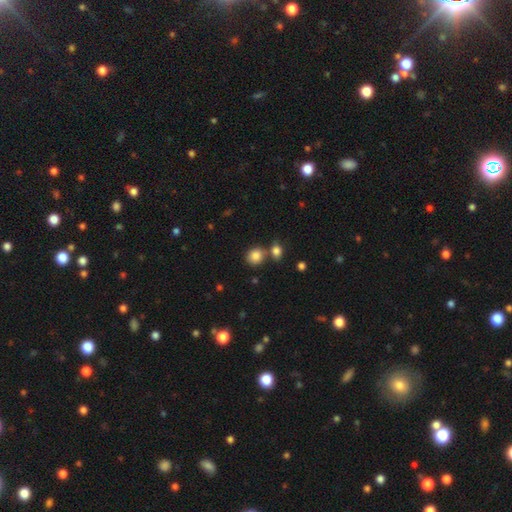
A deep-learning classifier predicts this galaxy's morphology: The model was most divided on "merging": none: 63%, merger: 24%, minor disturbance: 10%, major disturbance: 3%. More confident: smooth or featured — smooth (85%); how rounded — round (76%).